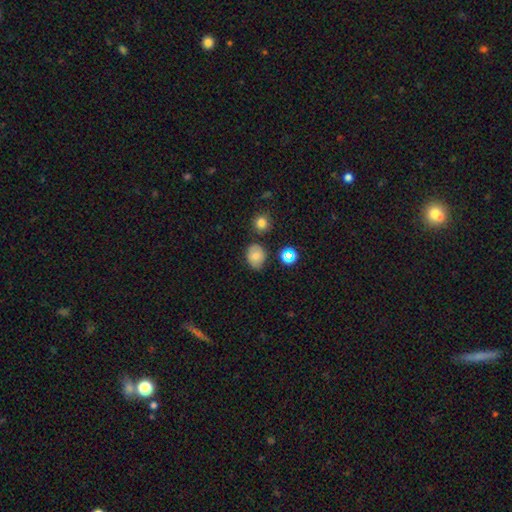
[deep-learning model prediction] Smooth or featured? smooth (72%)
How rounded? round (52%)
Merging? none (70%)